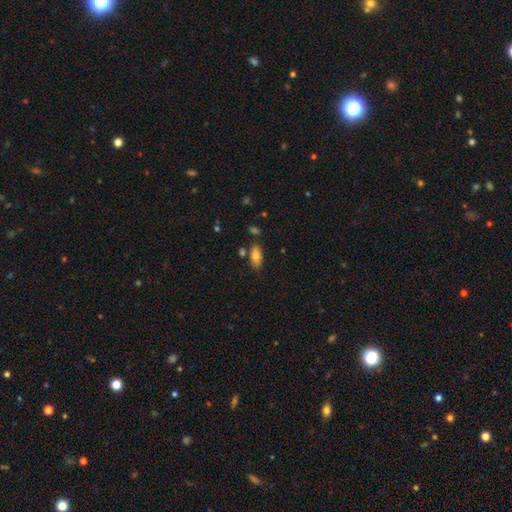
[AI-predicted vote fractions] Smooth or featured? Predicted: smooth (p=0.81). How rounded? Predicted: in between (p=0.88). Merging? Predicted: none (p=0.77).